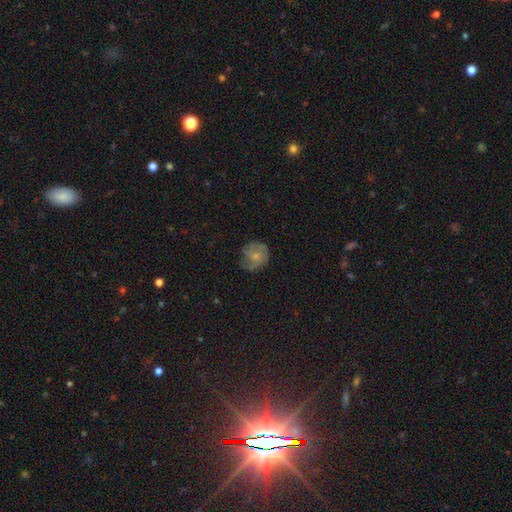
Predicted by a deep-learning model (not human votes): Smooth or featured? Predicted: smooth (p=0.47). Merging? Predicted: none (p=0.56).